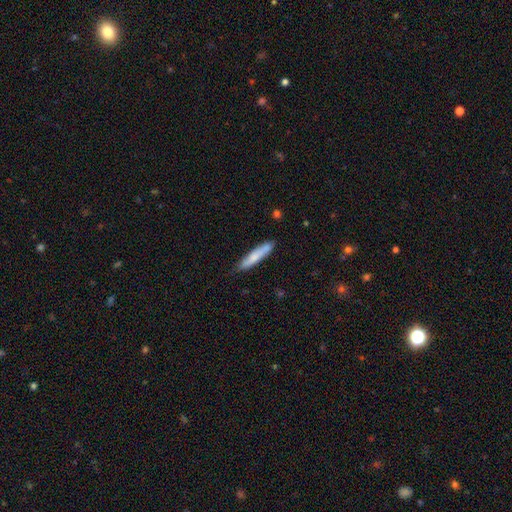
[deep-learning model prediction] A smooth galaxy with no disk features (73%) that is cigar-shaped (88%). Merging: none (79%).